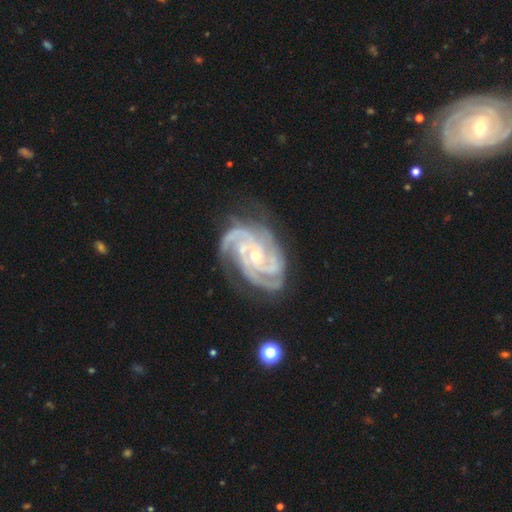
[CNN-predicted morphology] A featured or disk galaxy (94%) with no bar (63%), 3 (52%) tight (66%) spiral arms (99%) and a small central bulge (57%).

Vote fractions:
- Smooth or featured? featured or disk: 94% / star or artifact: 4% / smooth: 2%
- Edge-on disk? no: 98% / yes: 2%
- Bar? no: 63% / weak: 25% / strong: 12%
- Spiral arms? yes: 99% / no: 1%
- Spiral winding? tight: 66% / medium: 31% / loose: 3%
- Spiral arm count? 3: 52% / 4: 25% / 2: 8% / can't tell: 6% / more than 4: 5% / 1: 4%
- Bulge size? small: 57% / moderate: 40% / large: 1% / none: 1% / dominant: 1%
- Merging? none: 70% / minor disturbance: 20% / major disturbance: 7% / merger: 2%